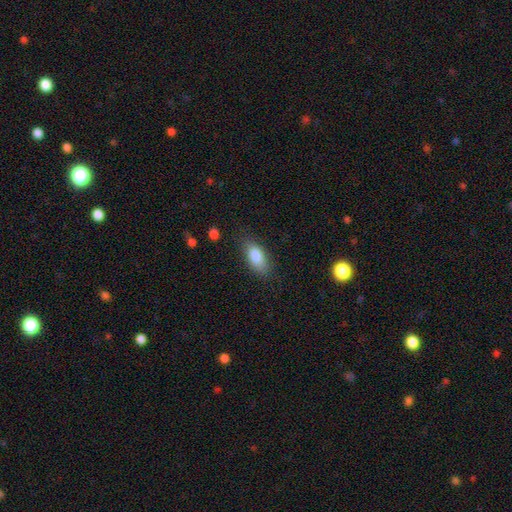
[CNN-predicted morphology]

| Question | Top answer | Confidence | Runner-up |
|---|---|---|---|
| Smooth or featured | smooth | 85% | featured or disk (8%) |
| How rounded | in between | 85% | cigar-shaped (12%) |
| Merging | none | 79% | minor disturbance (15%) |